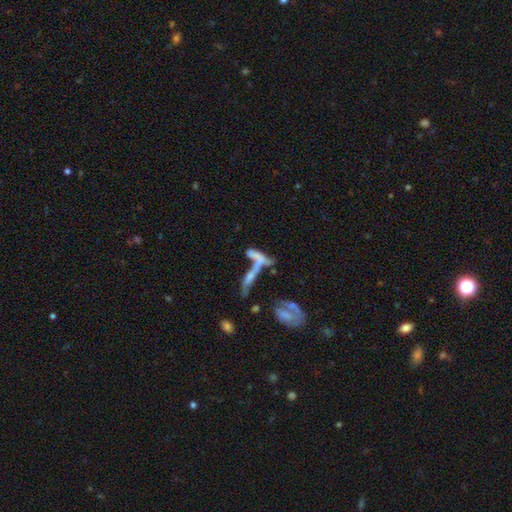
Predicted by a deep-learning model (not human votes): Q: Smooth or featured?
A: featured or disk (49%); runner-up: smooth (35%)
Q: Merging?
A: merger (51%); runner-up: none (25%)